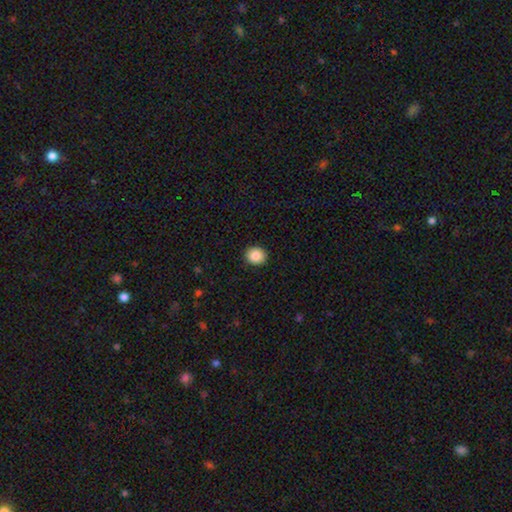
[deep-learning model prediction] A smooth galaxy with no disk features (87%) that is round (78%). Merging: none (91%).